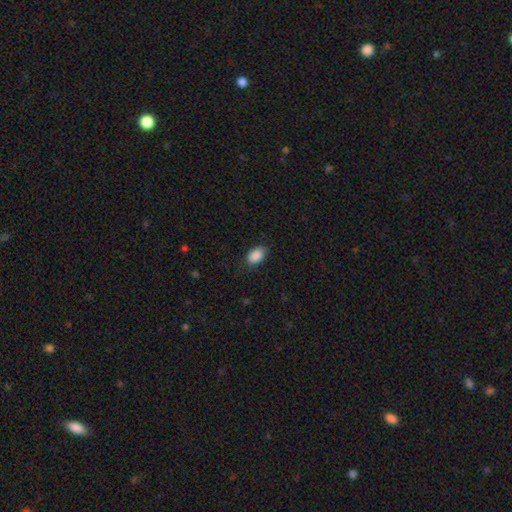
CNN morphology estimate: A smooth galaxy with no disk features (89%) that is in between round and cigar-shaped (87%). Merging: none (80%).